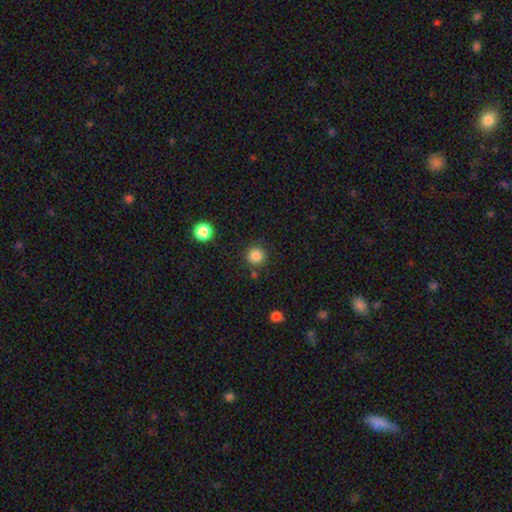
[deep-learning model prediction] This appears to be a smooth galaxy with no disk features (85%) that is round (94%). Merging: none (87%).